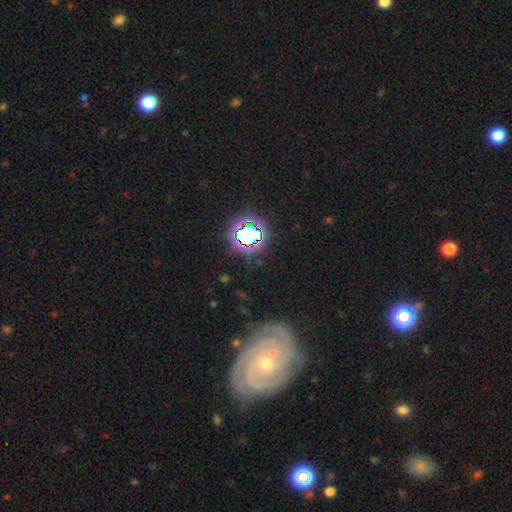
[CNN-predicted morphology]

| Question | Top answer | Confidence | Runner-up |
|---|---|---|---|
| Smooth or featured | featured or disk | 56% | star or artifact (29%) |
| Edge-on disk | no | 94% | yes (6%) |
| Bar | no | 61% | weak (25%) |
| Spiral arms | yes | 95% | no (5%) |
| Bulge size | small | 70% | moderate (24%) |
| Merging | none | 82% | minor disturbance (11%) |